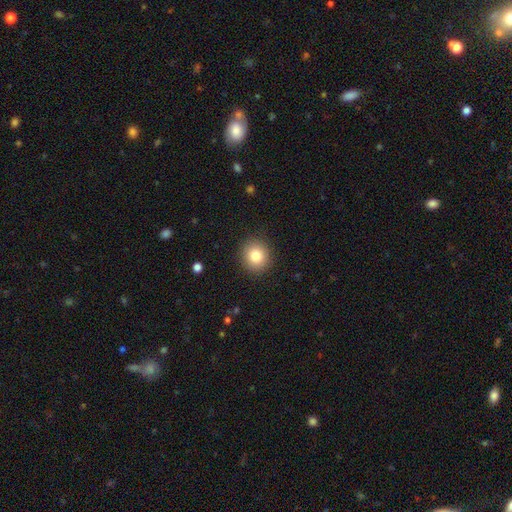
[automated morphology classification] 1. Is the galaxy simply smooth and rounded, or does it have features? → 82% smooth, 10% star or artifact, 8% featured or disk.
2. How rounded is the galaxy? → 88% round, 12% in between, 1% cigar-shaped.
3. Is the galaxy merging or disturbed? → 90% none, 6% minor disturbance, 2% major disturbance, 1% merger.